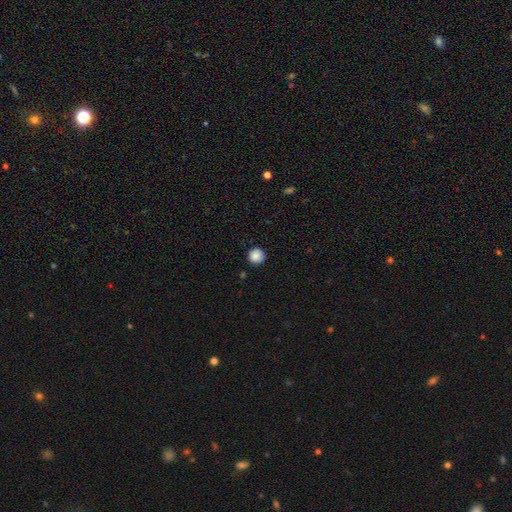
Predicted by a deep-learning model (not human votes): Smooth or featured?
  - smooth: 88% *
  - star or artifact: 9%
  - featured or disk: 3%
How rounded?
  - round: 95% *
  - in between: 4%
  - cigar-shaped: 1%
Merging?
  - none: 91% *
  - minor disturbance: 6%
  - major disturbance: 2%
  - merger: 1%